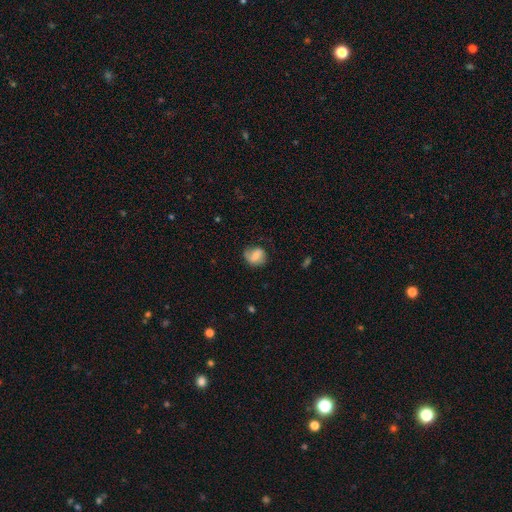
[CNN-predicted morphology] Smooth or featured: smooth — 60% (featured or disk — 31%)
How rounded: round — 65% (in between — 33%)
Merging: none — 59% (minor disturbance — 27%)